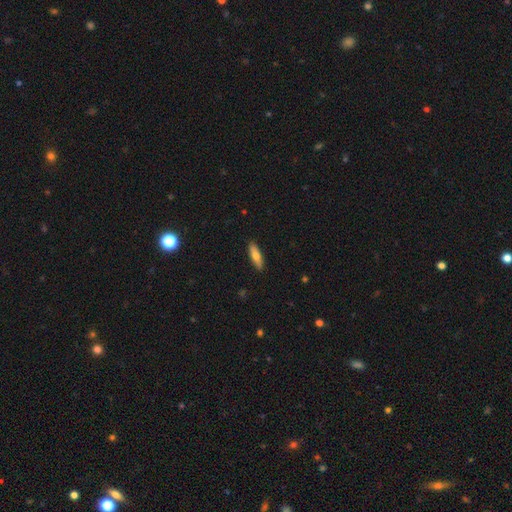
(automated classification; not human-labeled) This is likely a smooth galaxy (72%). How rounded: possibly cigar-shaped (56%). Merging: clearly none (90%).